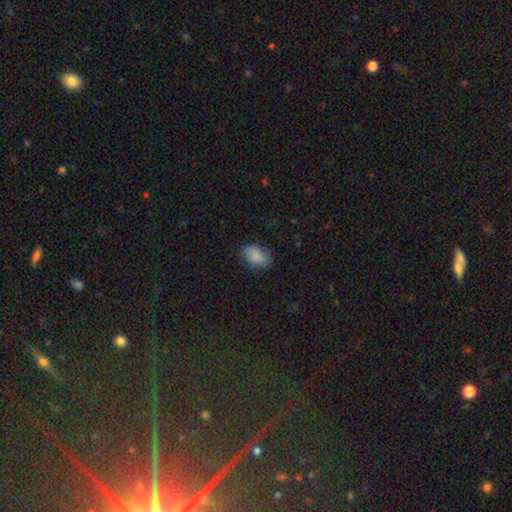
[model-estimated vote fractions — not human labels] Smooth or featured? smooth (86%)
How rounded? in between (88%)
Merging? none (79%)